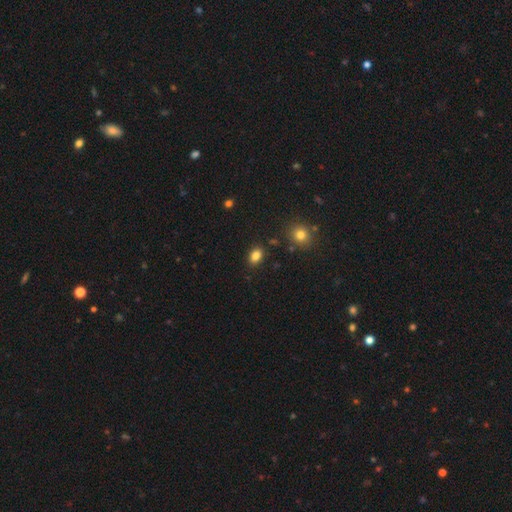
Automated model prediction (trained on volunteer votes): smooth 85%, star or artifact 10%, featured or disk 5%. Down the decision tree: how rounded — in between (78%); merging — none (87%).